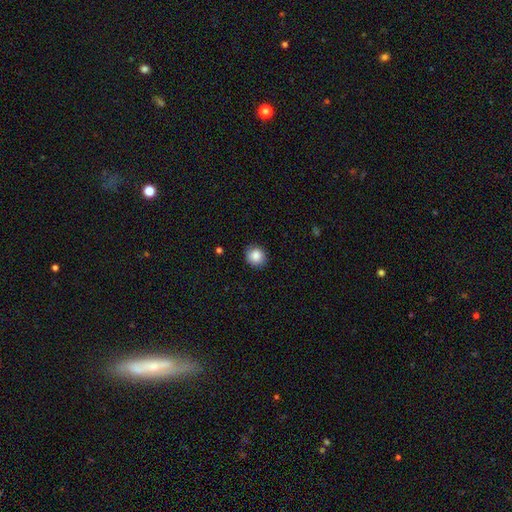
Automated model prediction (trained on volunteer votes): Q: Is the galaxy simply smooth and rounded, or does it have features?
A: smooth — 87%.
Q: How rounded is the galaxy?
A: round — 83%.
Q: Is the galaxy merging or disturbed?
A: none — 87%.